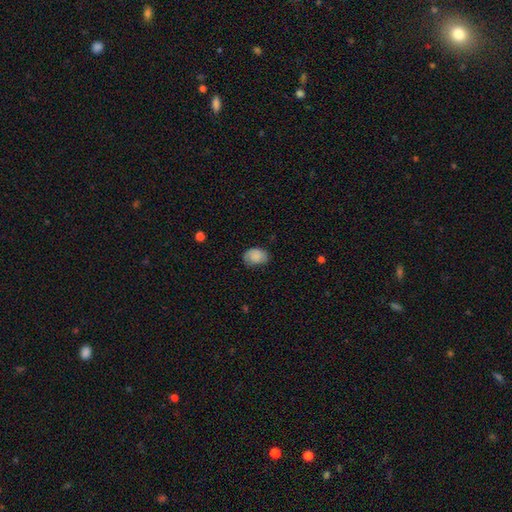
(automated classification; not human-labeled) Overall: smooth (80%). How rounded: in between (73%). Merging: none (62%; minor disturbance 29%).